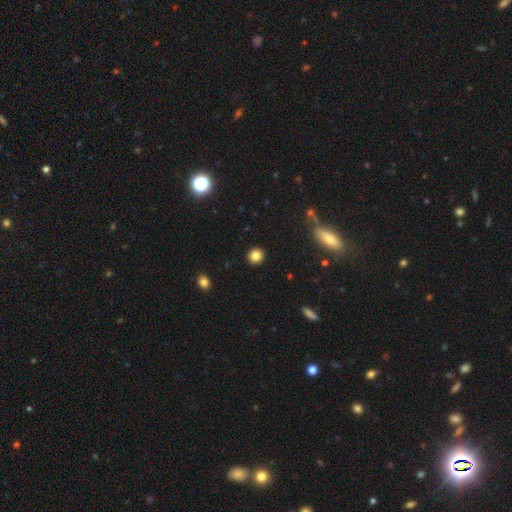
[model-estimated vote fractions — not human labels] Smooth or featured? Predicted: smooth (p=0.84). How rounded? Predicted: round (p=0.91). Merging? Predicted: none (p=0.92).